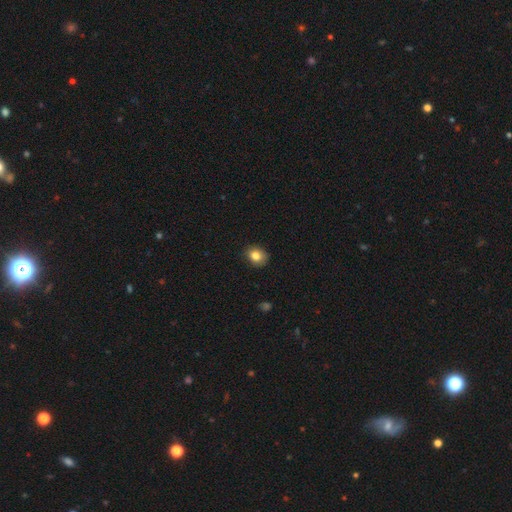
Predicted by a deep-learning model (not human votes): A smooth galaxy with no disk features (83%) that is round (56%). Merging: none (85%).